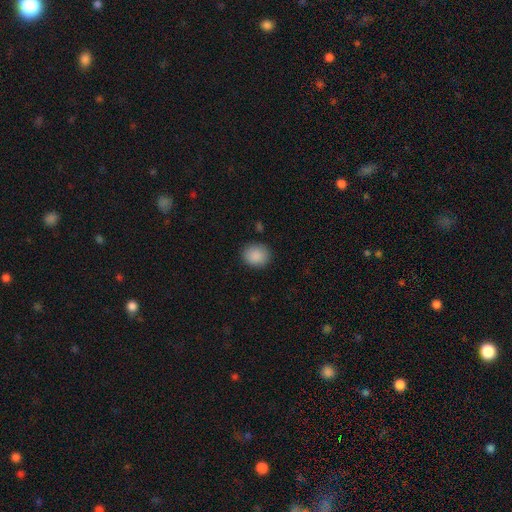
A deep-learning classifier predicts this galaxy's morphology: A smooth galaxy with no disk features (89%) that is round (72%). Merging: none (86%).